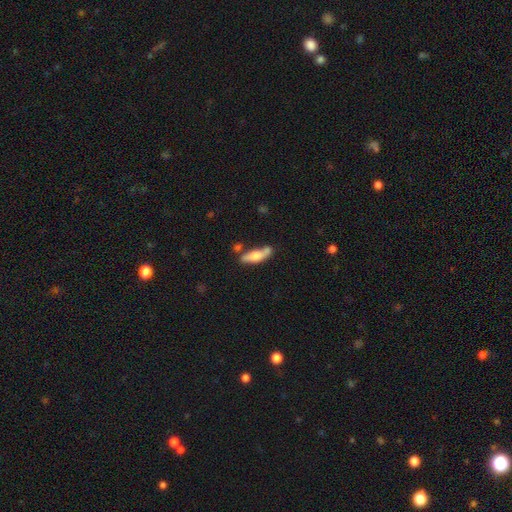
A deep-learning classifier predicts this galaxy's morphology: smooth-or-featured: smooth: 60% | featured or disk: 34% | star or artifact: 6%
  how-rounded: cigar-shaped: 54% | in between: 43% | round: 3%
  merging: none: 60% | minor disturbance: 19% | merger: 16% | major disturbance: 5%